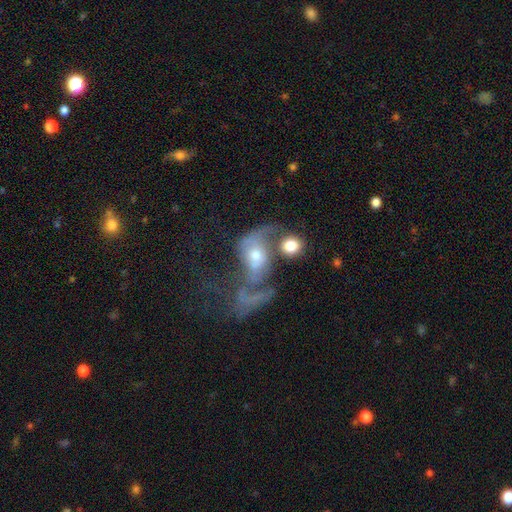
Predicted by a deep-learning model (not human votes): Morphology: type=featured or disk (57%); edge-on=no (94%); bar=no (71%); spiral arms=yes (59%); bulge=moderate (57%); merging=merger (45%).